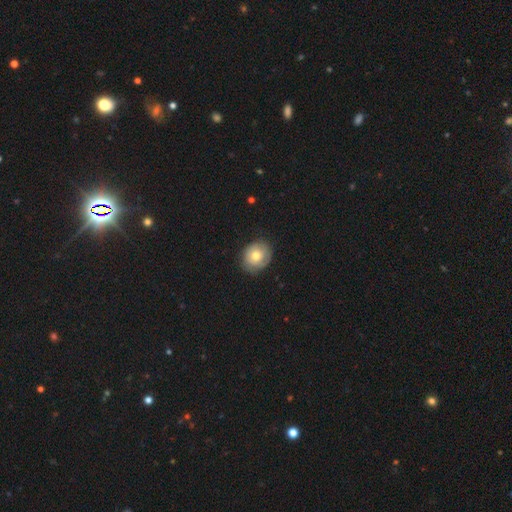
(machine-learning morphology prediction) Smooth or featured? smooth (66%)
How rounded? round (68%)
Merging? none (78%)